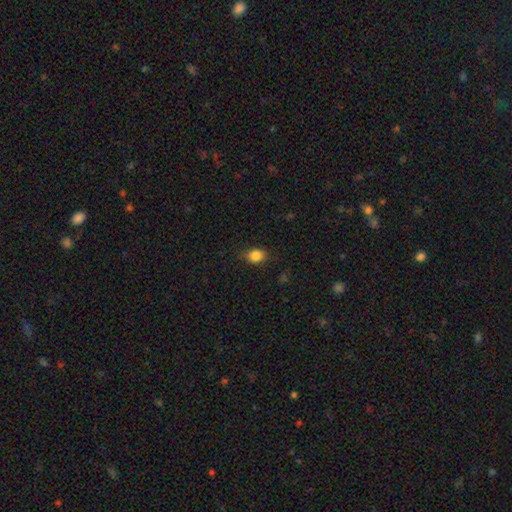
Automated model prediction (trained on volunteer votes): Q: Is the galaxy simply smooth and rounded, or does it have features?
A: smooth — 85%.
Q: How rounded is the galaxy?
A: in between — 57%.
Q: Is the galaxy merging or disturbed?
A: none — 81%.